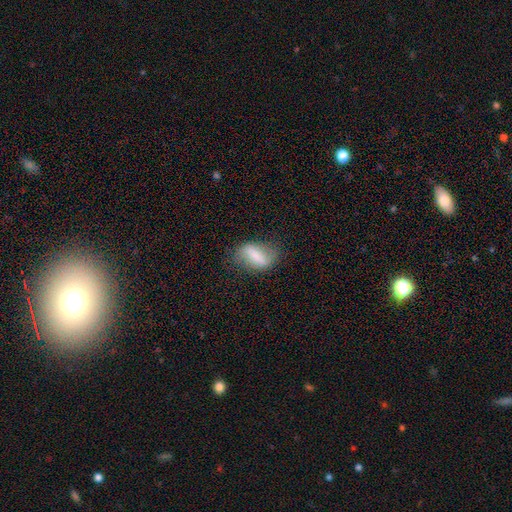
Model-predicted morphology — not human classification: Smooth or featured: smooth — 57% (featured or disk — 35%)
How rounded: in between — 81% (round — 10%)
Merging: none — 67% (minor disturbance — 22%)